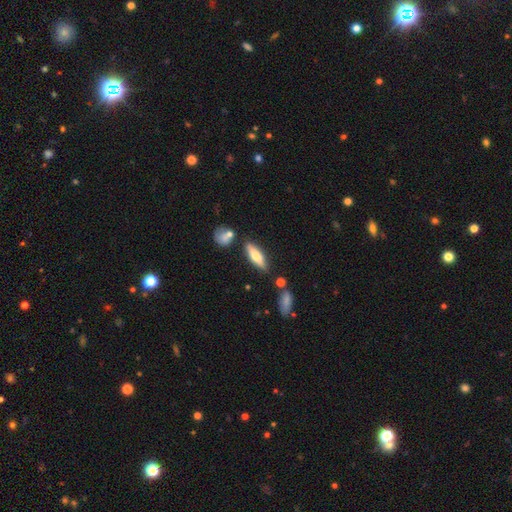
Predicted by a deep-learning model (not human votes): smooth 58%, featured or disk 35%, star or artifact 6%. Down the decision tree: how rounded — cigar-shaped (52%); merging — none (78%).